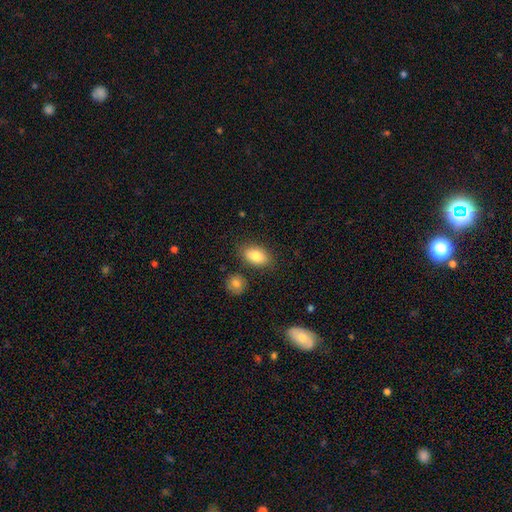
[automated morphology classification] A smooth galaxy with no disk features (83%) that is in between round and cigar-shaped (90%).

Vote fractions:
- Smooth or featured? smooth: 83% / featured or disk: 9% / star or artifact: 7%
- How rounded? in between: 90% / round: 8% / cigar-shaped: 2%
- Merging? none: 80% / minor disturbance: 11% / merger: 6% / major disturbance: 3%